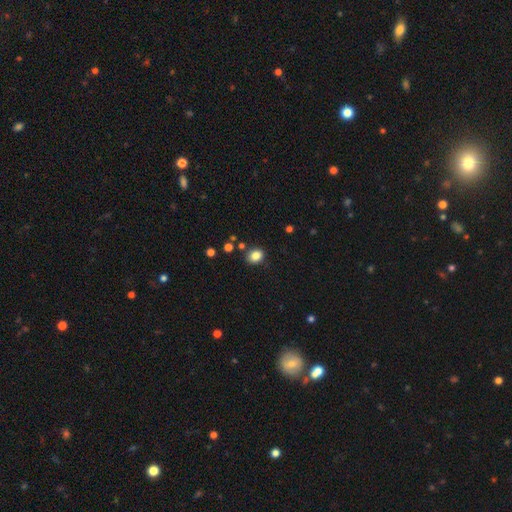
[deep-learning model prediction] smooth-or-featured: smooth: 84% | star or artifact: 11% | featured or disk: 6%
  how-rounded: in between: 55% | round: 44% | cigar-shaped: 1%
  merging: none: 82% | minor disturbance: 11% | merger: 4% | major disturbance: 3%